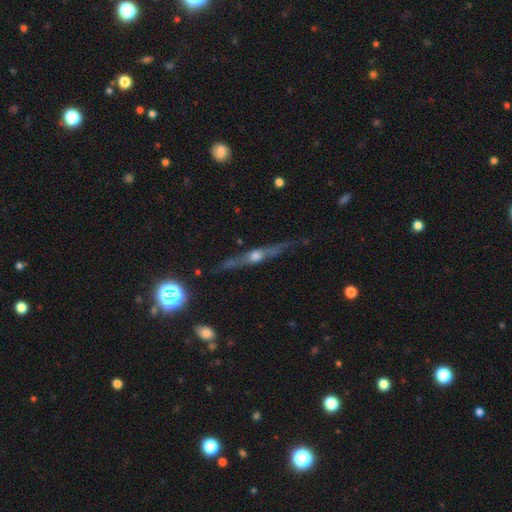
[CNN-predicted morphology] smooth_or_featured: featured or disk (p=0.77) [alt: smooth p=0.15]
disk_edge_on: yes (p=0.96) [alt: no p=0.04]
edge_on_bulge: rounded (p=0.92) [alt: boxy p=0.04]
merging: none (p=0.83) [alt: minor disturbance p=0.12]